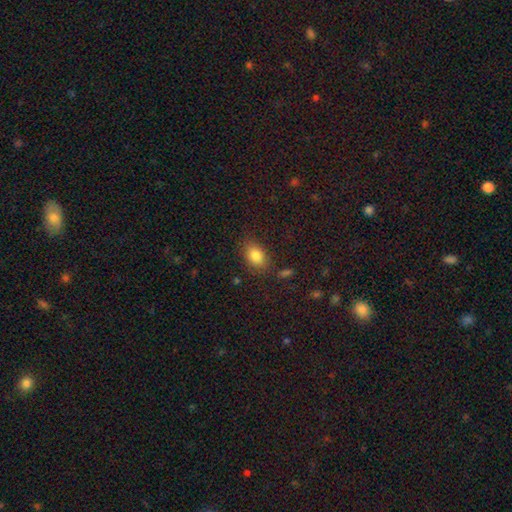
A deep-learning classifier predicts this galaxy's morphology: Smooth or featured? smooth (83%)
How rounded? in between (81%)
Merging? none (79%)